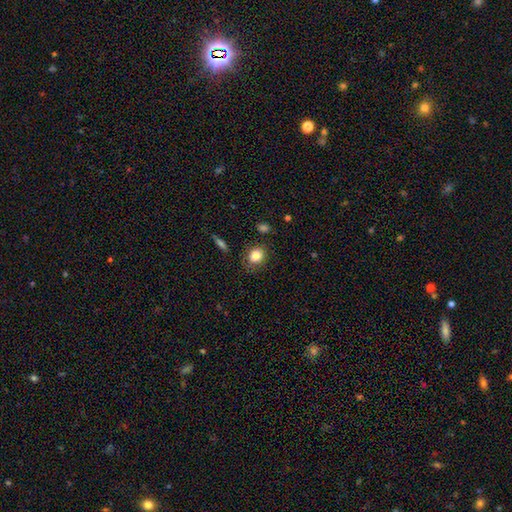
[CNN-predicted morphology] smooth_or_featured: smooth (p=0.84) [alt: star or artifact p=0.09]
how_rounded: round (p=0.55) [alt: in between p=0.43]
merging: none (p=0.76) [alt: minor disturbance p=0.17]